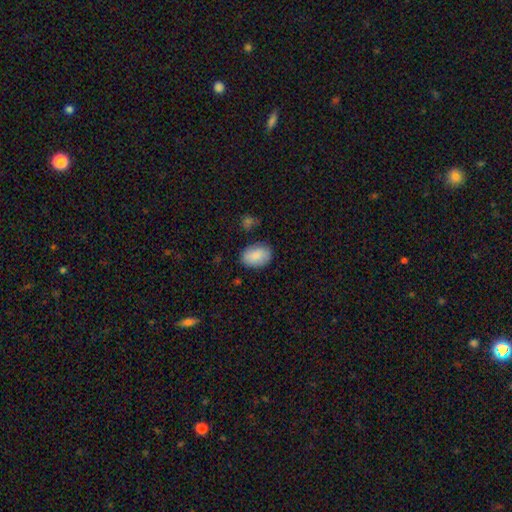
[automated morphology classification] A smooth galaxy with no disk features (87%) that is in between round and cigar-shaped (86%). Merging: none (80%).